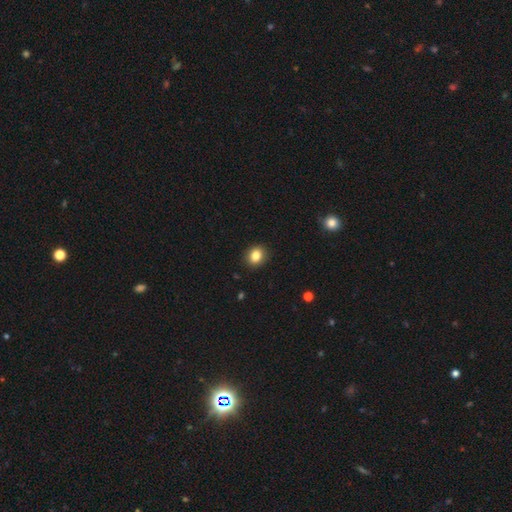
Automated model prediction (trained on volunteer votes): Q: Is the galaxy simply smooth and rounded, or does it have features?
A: smooth — 84%.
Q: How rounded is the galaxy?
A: round — 65%.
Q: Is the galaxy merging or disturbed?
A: none — 91%.